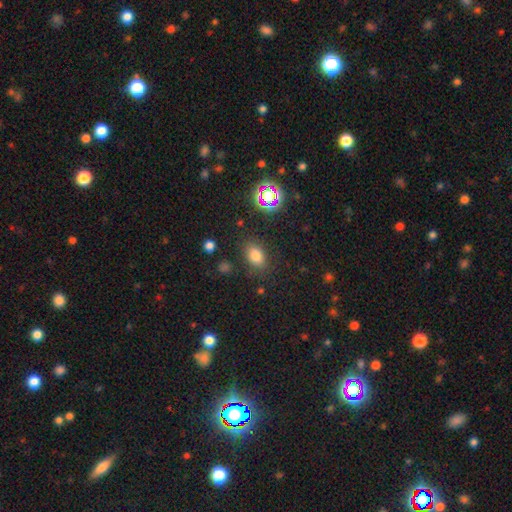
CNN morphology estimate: type=smooth (75%); roundness=in between (76%); merging=none (81%).